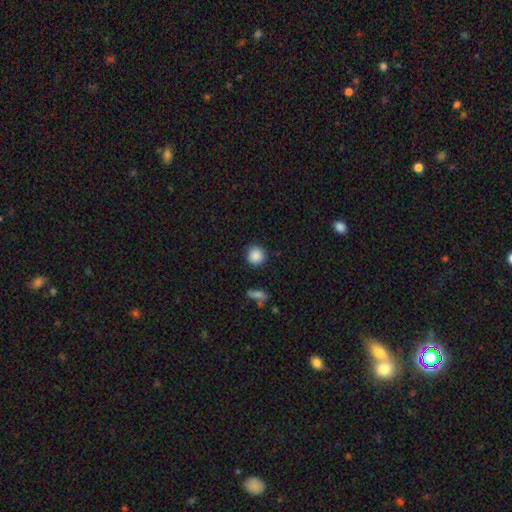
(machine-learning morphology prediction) This is clearly a smooth galaxy (88%). How rounded: clearly round (92%). Merging: clearly none (89%).